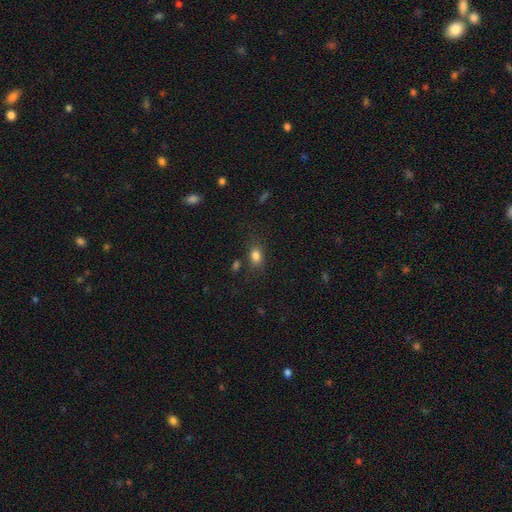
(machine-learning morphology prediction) smooth_or_featured: smooth (p=0.81) [alt: star or artifact p=0.11]
how_rounded: in between (p=0.74) [alt: round p=0.23]
merging: none (p=0.74) [alt: minor disturbance p=0.16]